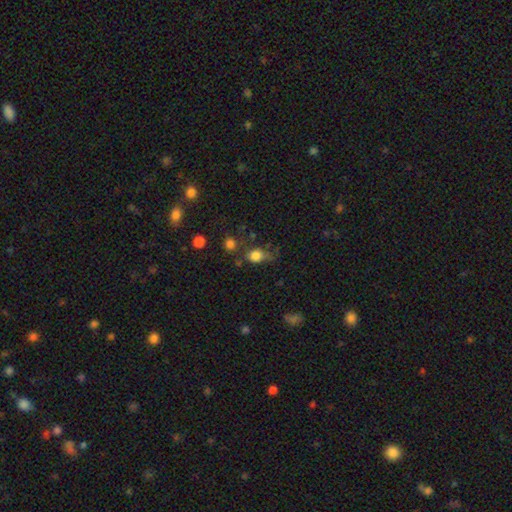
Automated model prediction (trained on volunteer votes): Overall: smooth (80%). How rounded: round (53%; in between 45%). Merging: none (48%; minor disturbance 27%).